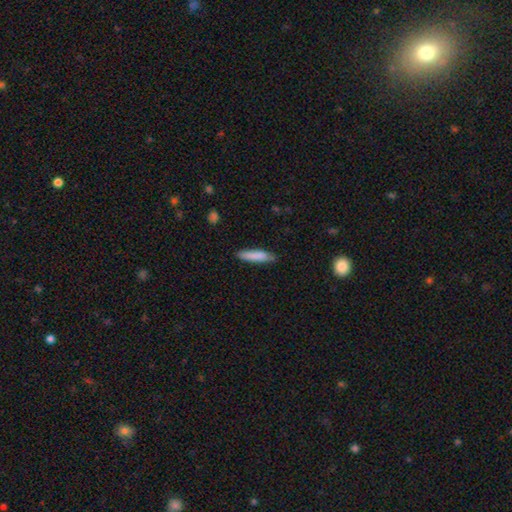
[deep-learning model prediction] Smooth or featured? smooth (84%)
How rounded? cigar-shaped (81%)
Merging? none (83%)